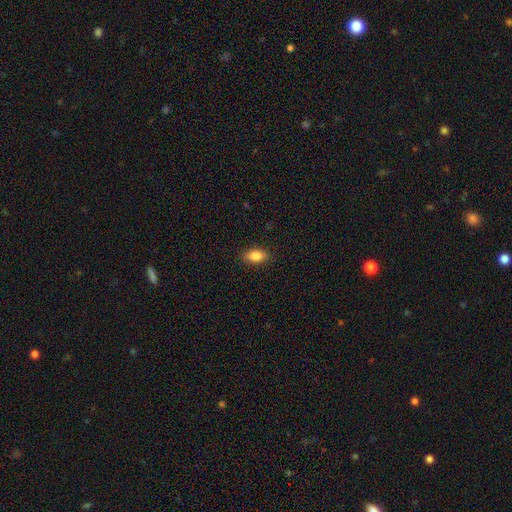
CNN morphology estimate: Overall: smooth (83%). How rounded: in between (86%). Merging: none (88%).